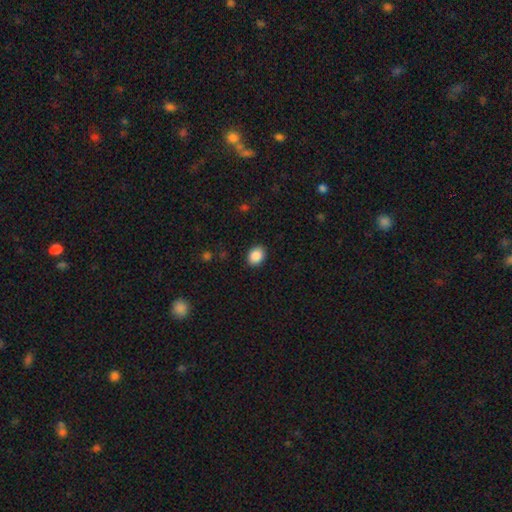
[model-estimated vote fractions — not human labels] A smooth galaxy with no disk features (89%) that is in between round and cigar-shaped (63%). Merging: none (89%).